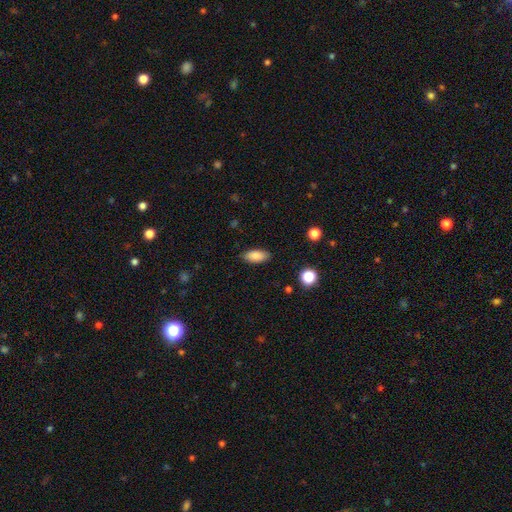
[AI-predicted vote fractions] This appears to be a smooth galaxy with no disk features (86%) that is in between round and cigar-shaped (88%). Merging: none (87%).